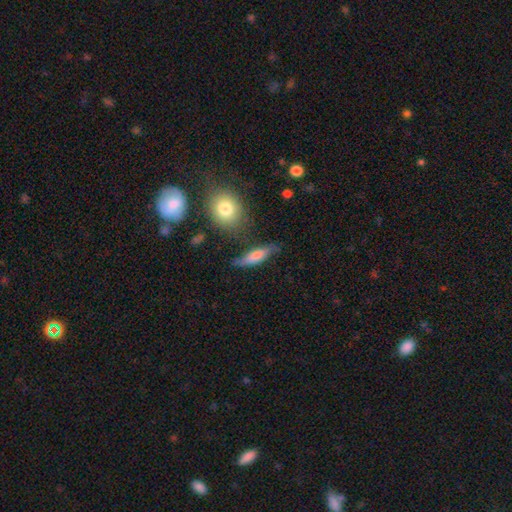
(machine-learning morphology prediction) Smooth or featured? smooth (56%)
How rounded? cigar-shaped (60%)
Merging? none (65%)